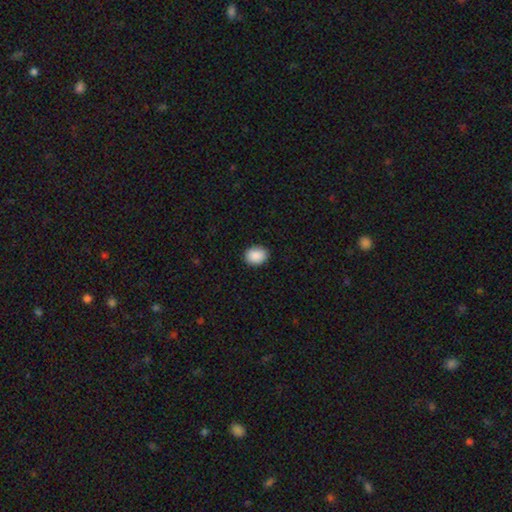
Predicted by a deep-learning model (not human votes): Smooth or featured? Predicted: smooth (p=0.90). How rounded? Predicted: in between (p=0.51). Merging? Predicted: none (p=0.90).